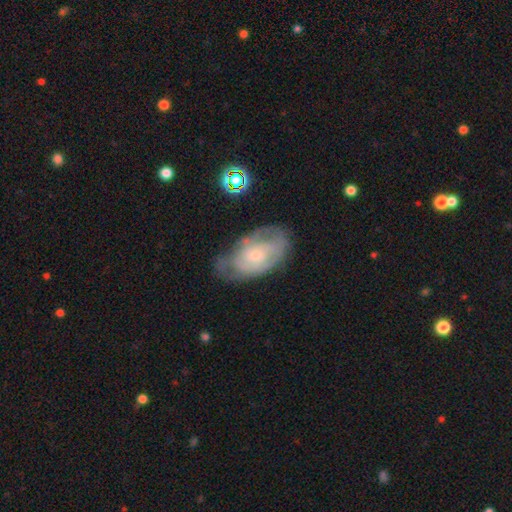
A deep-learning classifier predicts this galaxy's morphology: Smooth or featured? featured or disk (64%)
Edge-on disk? no (95%)
Bar? no (76%)
Spiral arms? yes (72%)
Bulge size? small (71%)
Merging? none (56%)